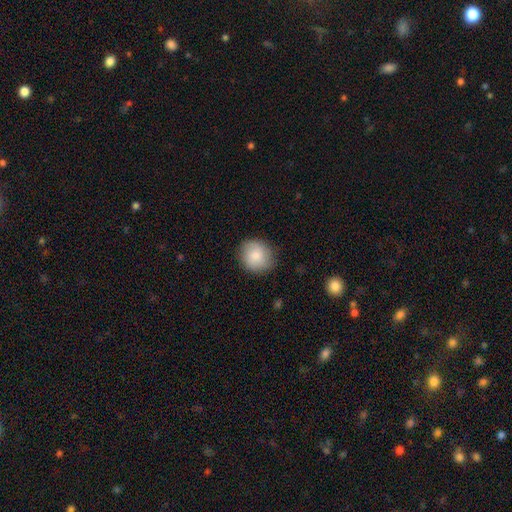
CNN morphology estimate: The model was most divided on "how rounded": round: 82%, in between: 17%, cigar-shaped: 1%. More confident: merging — none (82%); smooth or featured — smooth (82%).